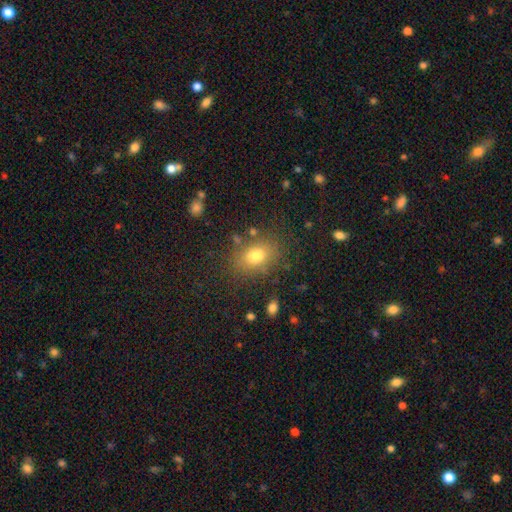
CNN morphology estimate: type=smooth (76%); roundness=in between (70%); merging=none (80%).